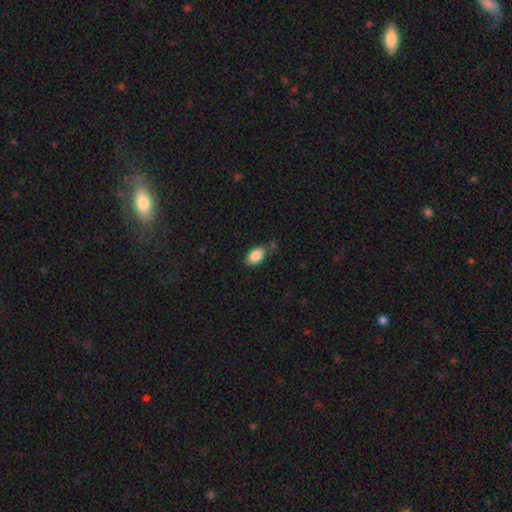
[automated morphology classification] type=smooth (87%); roundness=in between (91%); merging=none (70%).